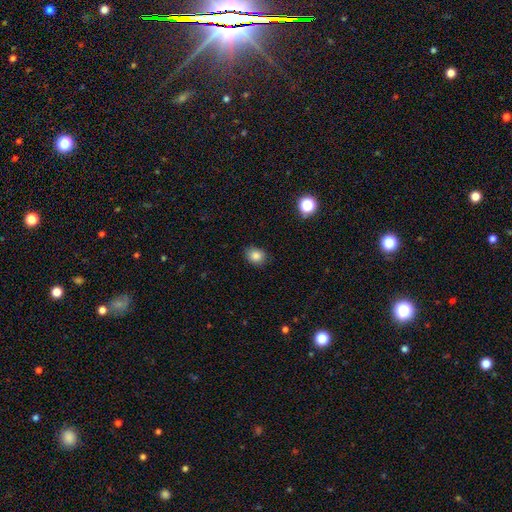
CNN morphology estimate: Smooth or featured: smooth — 84% (star or artifact — 11%)
How rounded: round — 53% (in between — 46%)
Merging: none — 82% (minor disturbance — 14%)